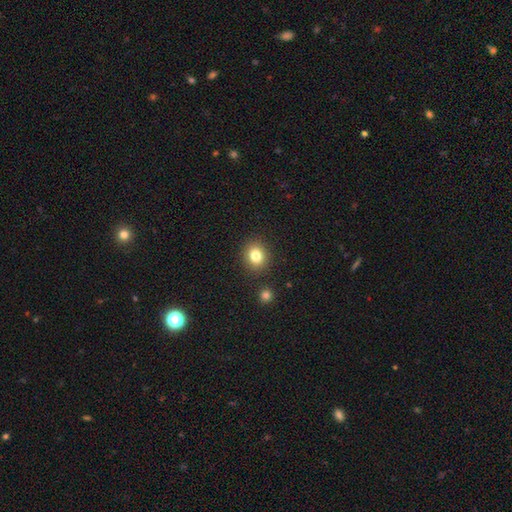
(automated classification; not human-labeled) smooth-or-featured: smooth: 82% | star or artifact: 11% | featured or disk: 7%
  how-rounded: round: 71% | in between: 28% | cigar-shaped: 1%
  merging: none: 87% | minor disturbance: 7% | merger: 3% | major disturbance: 2%